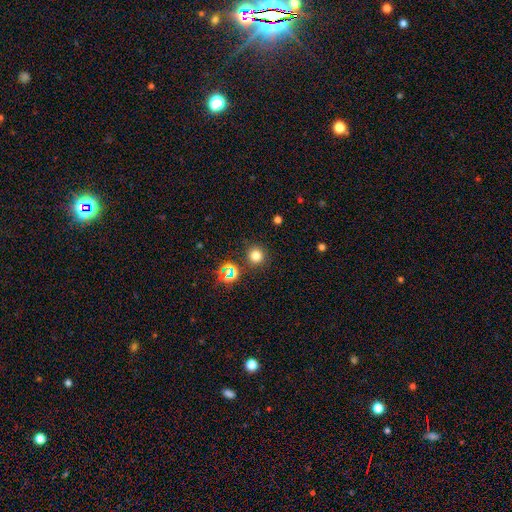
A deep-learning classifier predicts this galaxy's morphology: smooth_or_featured: smooth (p=0.75) [alt: star or artifact p=0.19]
how_rounded: round (p=0.94) [alt: in between p=0.05]
merging: none (p=0.87) [alt: minor disturbance p=0.07]